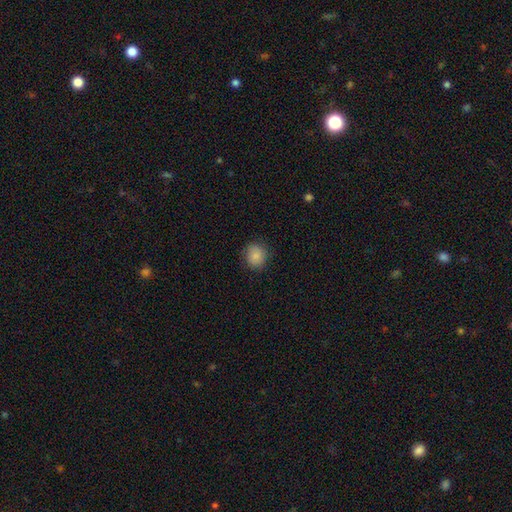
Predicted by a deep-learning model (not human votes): Smooth or featured? Predicted: smooth (p=0.86). How rounded? Predicted: round (p=0.80). Merging? Predicted: none (p=0.85).